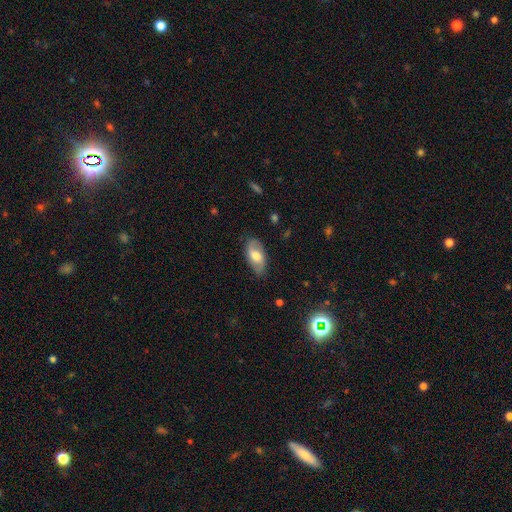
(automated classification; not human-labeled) Overall: featured or disk (48%; smooth 46%). Merging: none (78%).